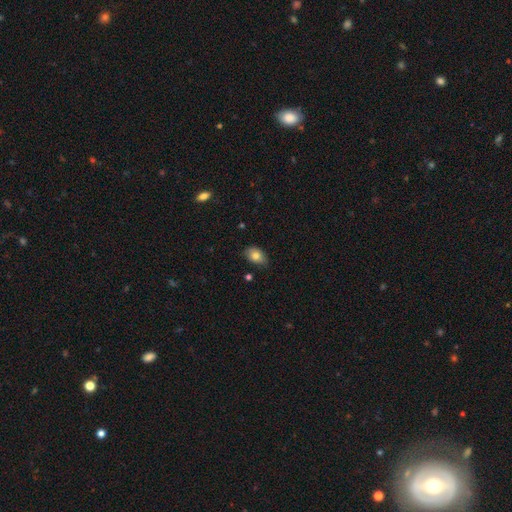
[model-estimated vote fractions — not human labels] smooth 78%, featured or disk 13%, star or artifact 8%. Down the decision tree: how rounded — in between (85%); merging — none (76%).